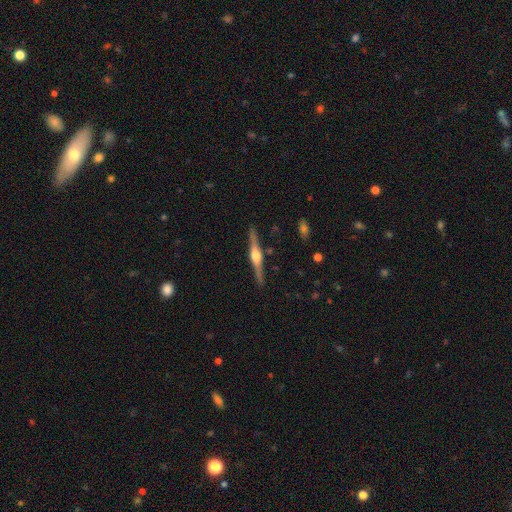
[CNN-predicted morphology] smooth_or_featured: featured or disk (p=0.83) [alt: smooth p=0.12]
disk_edge_on: yes (p=0.98) [alt: no p=0.02]
edge_on_bulge: rounded (p=0.92) [alt: boxy p=0.06]
merging: none (p=0.90) [alt: minor disturbance p=0.07]